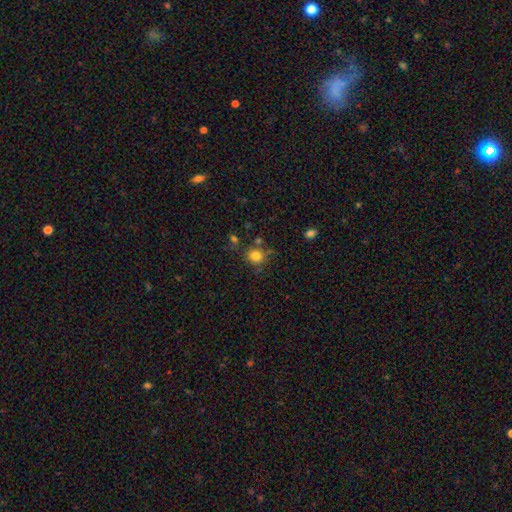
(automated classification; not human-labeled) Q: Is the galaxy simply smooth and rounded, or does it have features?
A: smooth — 81%.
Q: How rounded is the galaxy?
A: round — 83%.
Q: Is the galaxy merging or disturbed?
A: none — 73%.